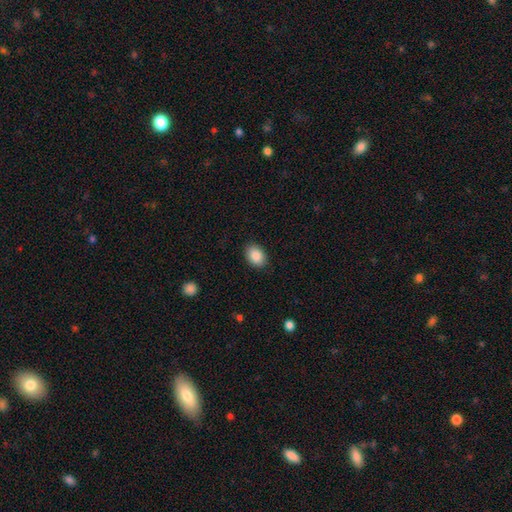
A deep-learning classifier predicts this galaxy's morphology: Smooth or featured?
  - smooth: 88% *
  - star or artifact: 7%
  - featured or disk: 4%
How rounded?
  - in between: 78% *
  - round: 21%
  - cigar-shaped: 1%
Merging?
  - none: 89% *
  - minor disturbance: 8%
  - major disturbance: 2%
  - merger: 1%